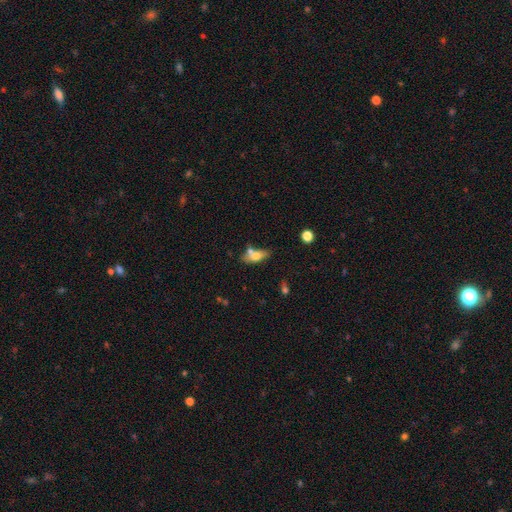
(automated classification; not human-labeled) Smooth or featured? smooth (68%)
How rounded? in between (77%)
Merging? none (47%)